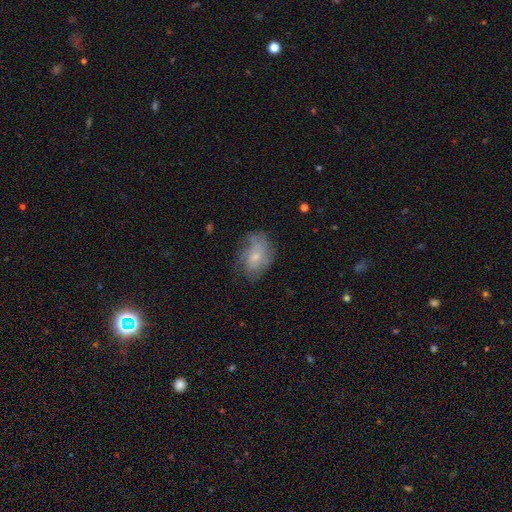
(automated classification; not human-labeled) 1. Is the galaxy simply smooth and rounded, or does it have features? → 55% featured or disk, 35% smooth, 9% star or artifact.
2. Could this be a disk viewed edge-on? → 97% no, 3% yes.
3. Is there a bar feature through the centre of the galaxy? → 76% no, 22% weak, 2% strong.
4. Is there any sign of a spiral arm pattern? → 77% yes, 23% no.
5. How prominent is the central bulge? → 61% small, 31% moderate, 5% none, 2% large, 1% dominant.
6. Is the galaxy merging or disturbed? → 60% none, 25% minor disturbance, 14% major disturbance, 2% merger.